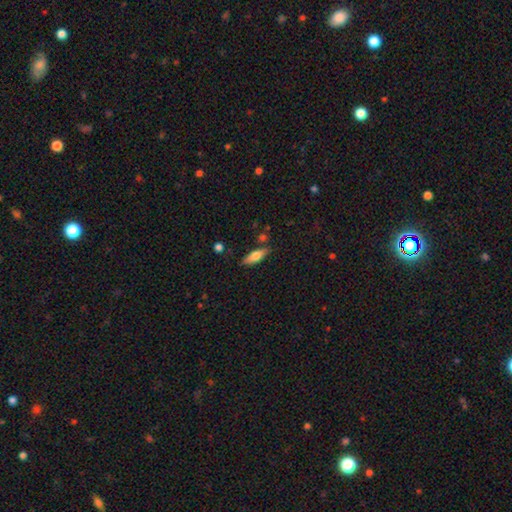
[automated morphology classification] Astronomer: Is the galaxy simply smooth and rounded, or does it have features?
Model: smooth — 70%.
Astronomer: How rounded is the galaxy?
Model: in between — 54% (runner-up: cigar-shaped, 44%).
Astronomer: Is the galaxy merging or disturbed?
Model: none — 78%.